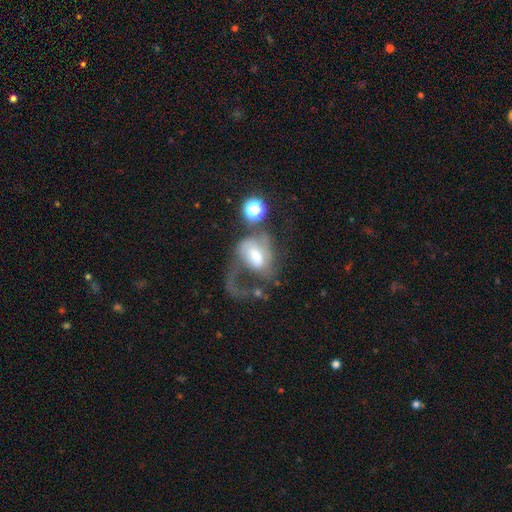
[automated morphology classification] smooth-or-featured: featured or disk: 57% | smooth: 32% | star or artifact: 11%
  disk-edge-on: no: 96% | yes: 4%
    bar: no: 50% | weak: 38% | strong: 12%
    has-spiral-arms: yes: 68% | no: 32%
    bulge-size: moderate: 53% | small: 20% | large: 19% | none: 5% | dominant: 4%
  merging: major disturbance: 56% | merger: 17% | none: 16% | minor disturbance: 11%